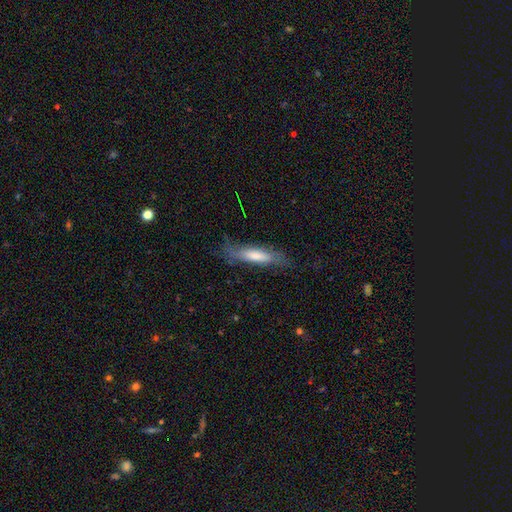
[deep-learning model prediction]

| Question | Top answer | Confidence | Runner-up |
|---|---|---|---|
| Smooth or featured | smooth | 64% | featured or disk (30%) |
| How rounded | cigar-shaped | 76% | in between (22%) |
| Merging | none | 70% | minor disturbance (20%) |